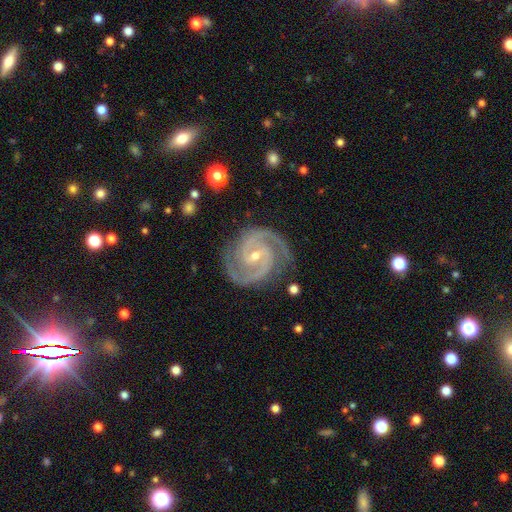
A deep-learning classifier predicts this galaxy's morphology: Smooth or featured? Predicted: featured or disk (p=0.94). Edge-on disk? Predicted: no (p=0.98). Bar? Predicted: weak (p=0.46). Spiral arms? Predicted: yes (p=0.99). Spiral winding? Predicted: tight (p=0.62). Spiral arm count? Predicted: 2 (p=0.85). Bulge size? Predicted: small (p=0.58). Merging? Predicted: none (p=0.82).